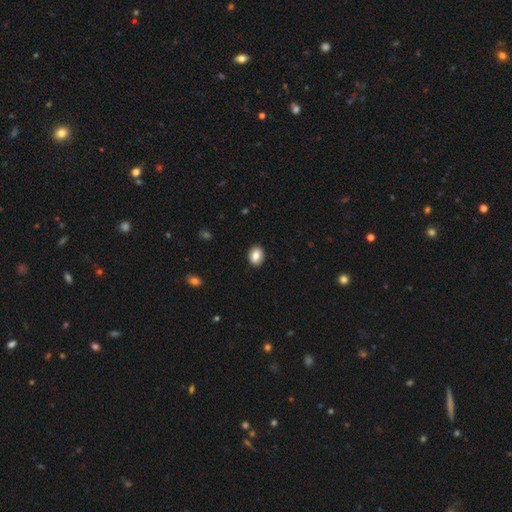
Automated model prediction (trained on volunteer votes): smooth 82%, featured or disk 10%, star or artifact 8%. Down the decision tree: how rounded — in between (60%); merging — none (89%).